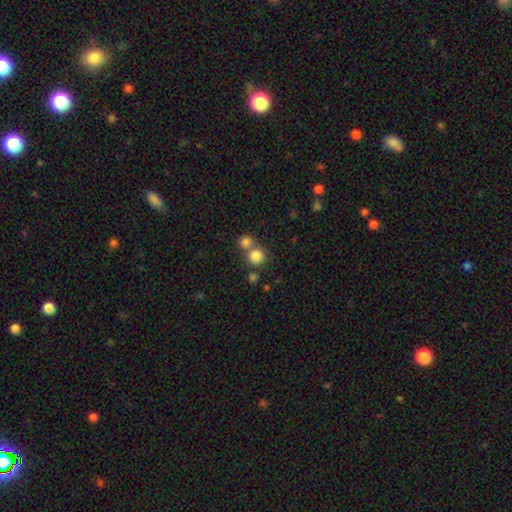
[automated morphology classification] Q: Smooth or featured?
A: smooth (82%); runner-up: star or artifact (11%)
Q: How rounded?
A: round (90%); runner-up: in between (9%)
Q: Merging?
A: none (54%); runner-up: merger (37%)